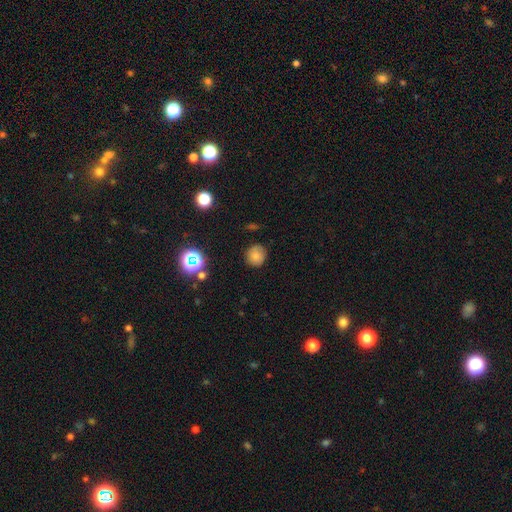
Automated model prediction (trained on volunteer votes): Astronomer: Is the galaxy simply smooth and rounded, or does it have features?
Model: smooth — 77%.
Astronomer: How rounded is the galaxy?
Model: round — 88%.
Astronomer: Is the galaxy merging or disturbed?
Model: none — 82%.